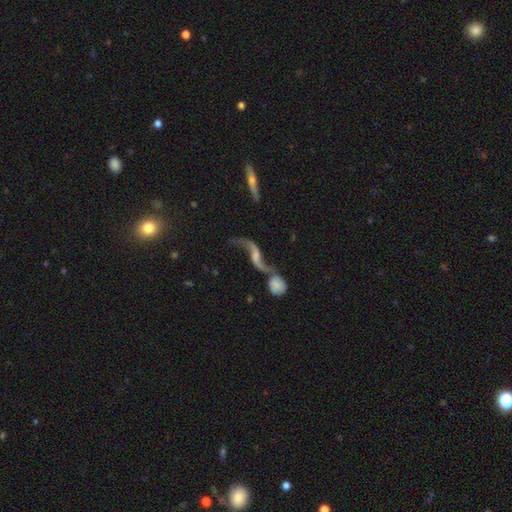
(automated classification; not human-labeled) A featured or disk galaxy (86%) with no bar (44%), 2 (92%) loose (94%) spiral arms (94%) and a small central bulge (37%).

Vote fractions:
- Smooth or featured? featured or disk: 86% / smooth: 8% / star or artifact: 6%
- Edge-on disk? no: 92% / yes: 8%
- Bar? no: 44% / weak: 39% / strong: 18%
- Spiral arms? yes: 94% / no: 6%
- Spiral winding? loose: 94% / medium: 4% / tight: 2%
- Spiral arm count? 2: 92% / 1: 4% / can't tell: 2% / 3: 1% / 4: 1% / more than 4: 1%
- Bulge size? small: 37% / none: 31% / moderate: 23% / large: 6% / dominant: 2%
- Merging? none: 39% / merger: 36% / minor disturbance: 13% / major disturbance: 12%